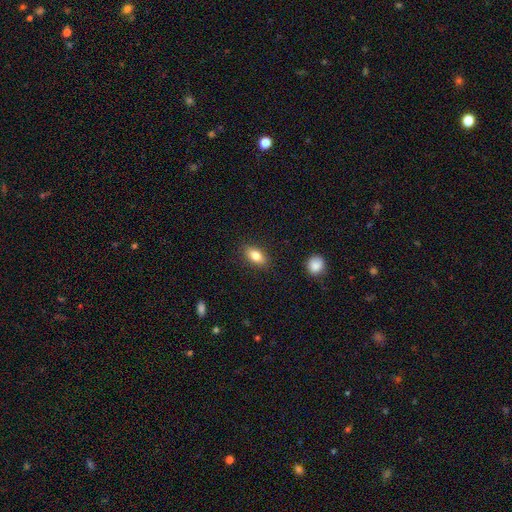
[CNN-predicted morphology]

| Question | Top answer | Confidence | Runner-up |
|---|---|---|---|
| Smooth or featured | smooth | 80% | featured or disk (12%) |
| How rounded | in between | 84% | round (8%) |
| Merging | none | 87% | minor disturbance (10%) |